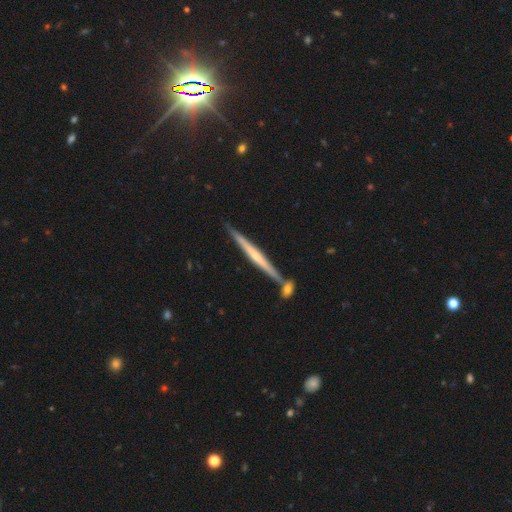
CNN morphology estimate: A featured or disk galaxy (69%) viewed edge-on (97%) with no central bulge (51%).

Vote fractions:
- Smooth or featured? featured or disk: 69% / smooth: 26% / star or artifact: 6%
- Edge-on disk? yes: 97% / no: 3%
- Edge-on bulge? none: 51% / rounded: 42% / boxy: 7%
- Merging? none: 79% / merger: 11% / minor disturbance: 9% / major disturbance: 2%